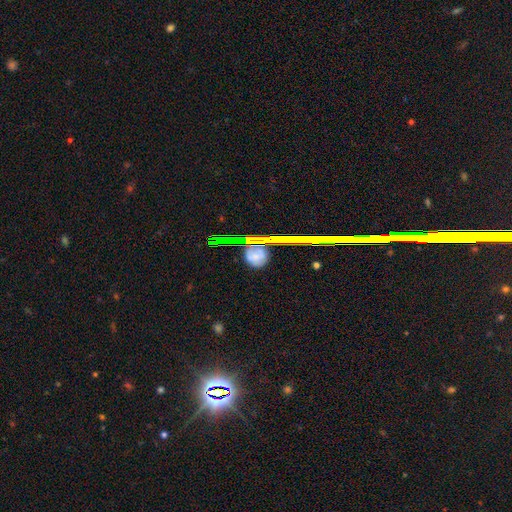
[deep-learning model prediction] Q: Smooth or featured?
A: smooth (57%); runner-up: star or artifact (27%)
Q: How rounded?
A: round (77%); runner-up: in between (21%)
Q: Merging?
A: none (75%); runner-up: minor disturbance (15%)